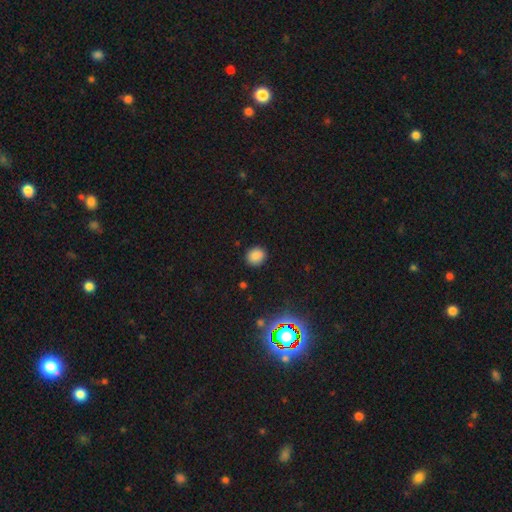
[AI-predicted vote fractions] smooth 84%, star or artifact 12%, featured or disk 4%. Down the decision tree: how rounded — round (77%); merging — none (88%).